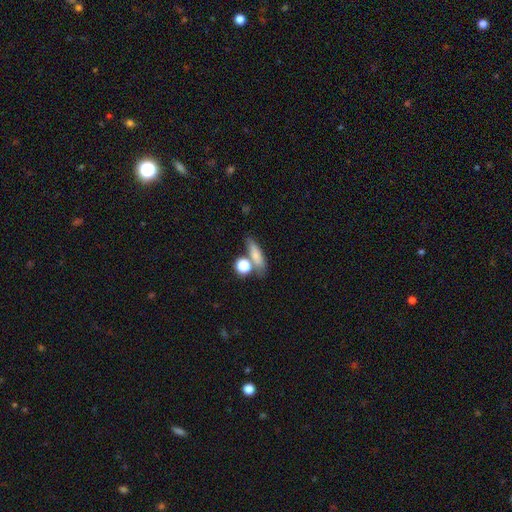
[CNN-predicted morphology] Smooth or featured? smooth (72%)
How rounded? cigar-shaped (43%)
Merging? none (59%)